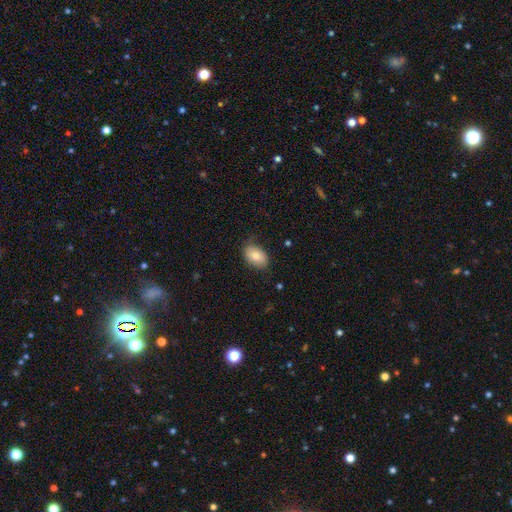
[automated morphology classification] Smooth or featured? smooth (79%)
How rounded? in between (87%)
Merging? none (76%)